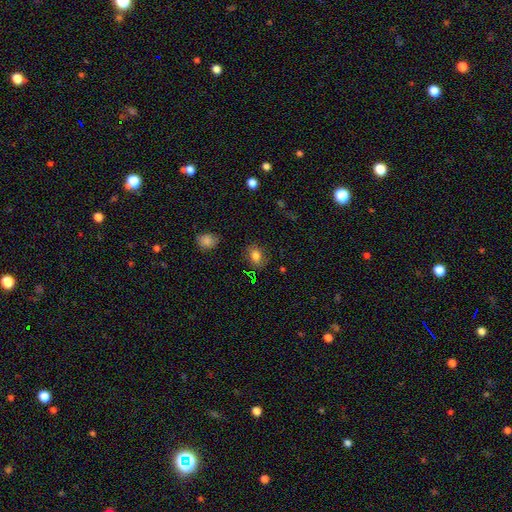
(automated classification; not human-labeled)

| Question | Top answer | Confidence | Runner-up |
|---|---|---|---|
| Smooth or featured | smooth | 78% | star or artifact (11%) |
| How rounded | in between | 53% | round (46%) |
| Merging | none | 77% | minor disturbance (16%) |